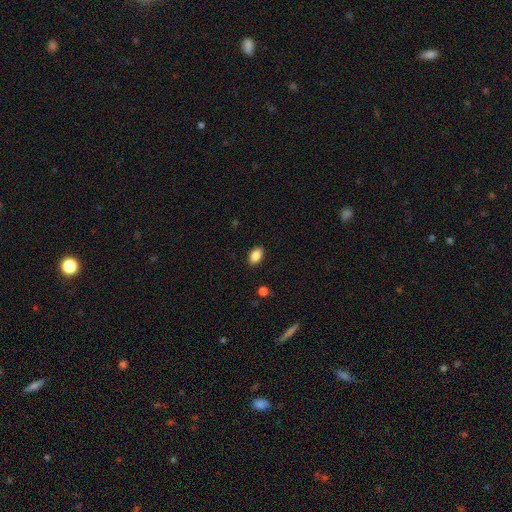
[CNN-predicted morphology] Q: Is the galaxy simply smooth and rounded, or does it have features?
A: smooth — 86%.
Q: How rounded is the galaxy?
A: in between — 88%.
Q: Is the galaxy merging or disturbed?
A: none — 89%.